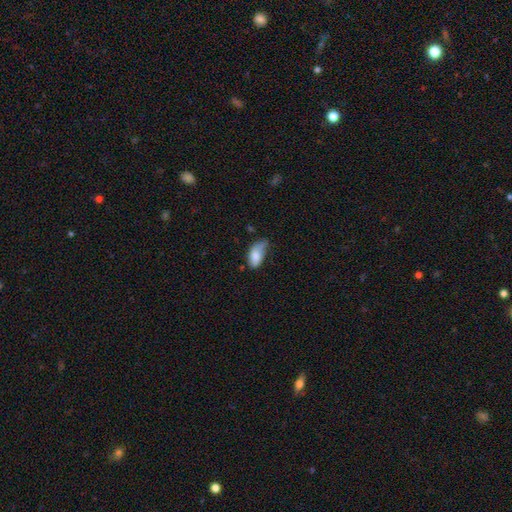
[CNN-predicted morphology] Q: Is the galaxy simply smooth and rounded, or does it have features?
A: smooth — 79%.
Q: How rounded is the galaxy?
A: in between — 92%.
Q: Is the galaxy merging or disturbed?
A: minor disturbance — 45%.